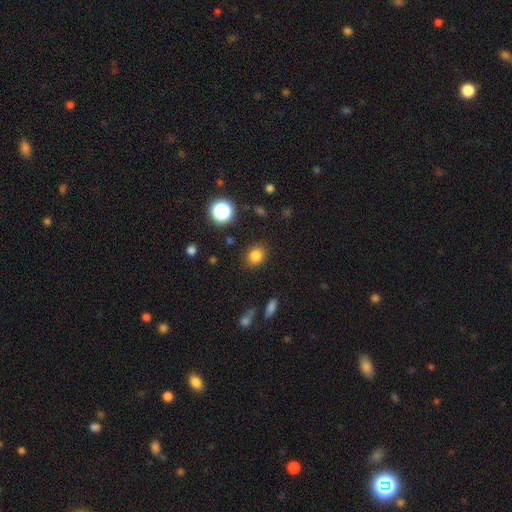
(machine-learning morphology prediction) Smooth or featured? smooth (82%)
How rounded? round (64%)
Merging? none (86%)